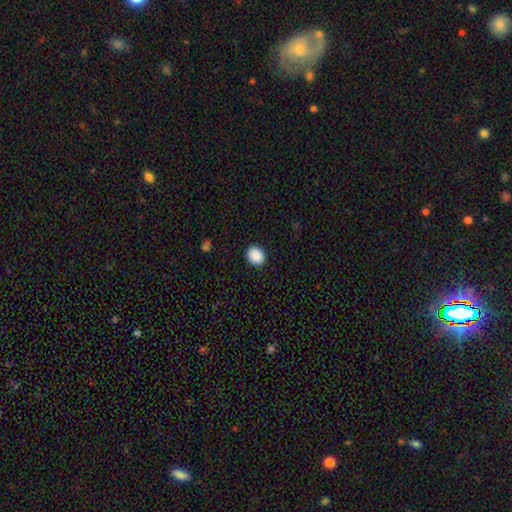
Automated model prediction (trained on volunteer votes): Overall: smooth (90%). How rounded: round (63%; in between 36%). Merging: none (91%).